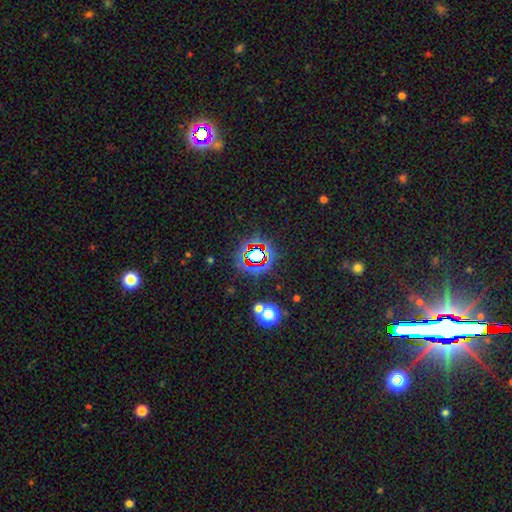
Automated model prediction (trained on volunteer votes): Smooth or featured? star or artifact (71%)